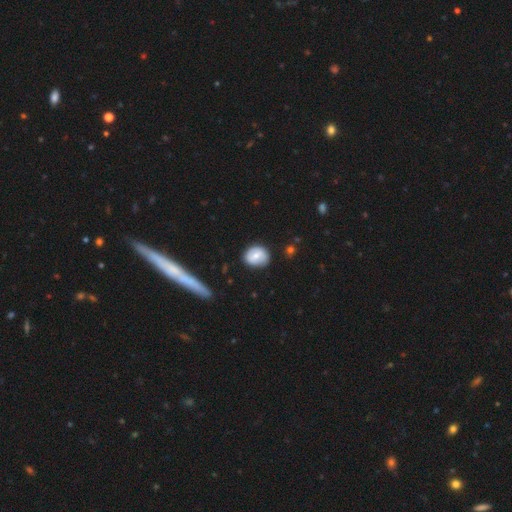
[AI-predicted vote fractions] Morphology: type=smooth (64%); roundness=round (62%); merging=none (82%).